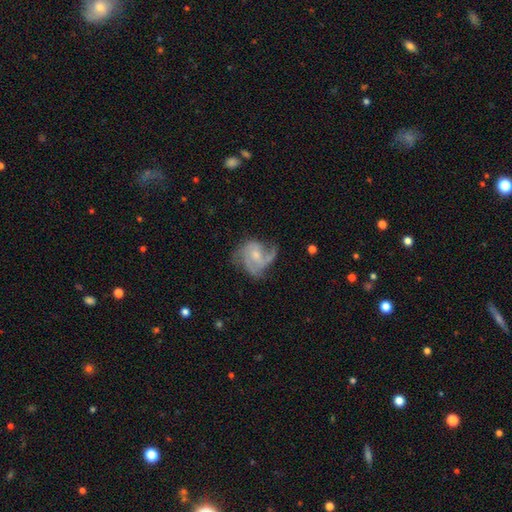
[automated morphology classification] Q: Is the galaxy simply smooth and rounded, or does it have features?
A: featured or disk — 76%.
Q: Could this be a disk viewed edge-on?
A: no — 98%.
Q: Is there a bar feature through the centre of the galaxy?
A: no — 62%.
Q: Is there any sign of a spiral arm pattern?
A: yes — 90%.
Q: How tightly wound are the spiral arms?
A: medium — 47%.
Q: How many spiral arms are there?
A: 3 — 35%.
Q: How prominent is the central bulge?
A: small — 50%.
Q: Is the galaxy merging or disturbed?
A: none — 48%.